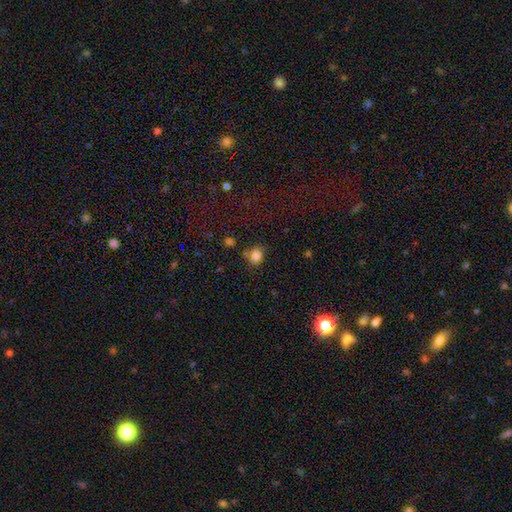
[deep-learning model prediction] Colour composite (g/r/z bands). It shows a smooth galaxy with no disk features (83%) that is round (53%). Merging: none (69%).